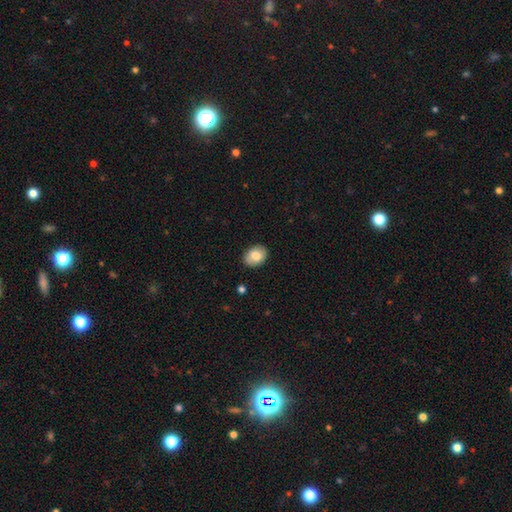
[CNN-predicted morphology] Smooth or featured? Predicted: smooth (p=0.78). How rounded? Predicted: in between (p=0.66). Merging? Predicted: none (p=0.88).